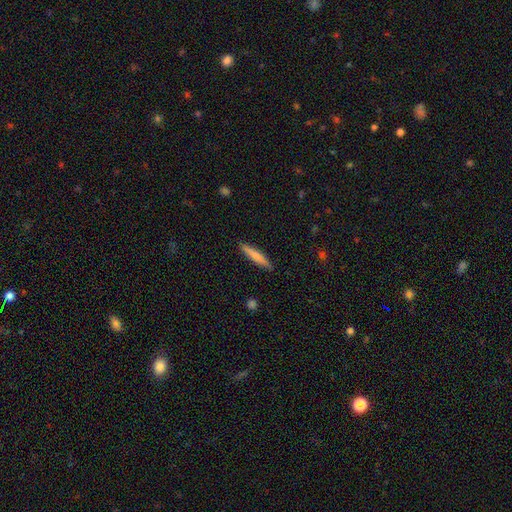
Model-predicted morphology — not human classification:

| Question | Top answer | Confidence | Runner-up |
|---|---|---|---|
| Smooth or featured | smooth | 72% | featured or disk (23%) |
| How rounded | cigar-shaped | 92% | in between (7%) |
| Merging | none | 89% | minor disturbance (8%) |